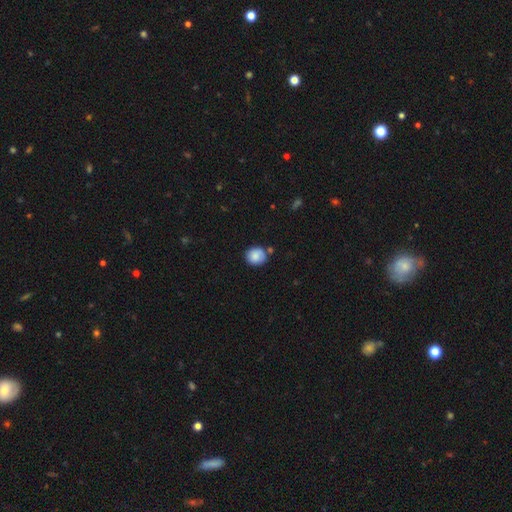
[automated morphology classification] A smooth galaxy with no disk features (84%) that is round (79%). Merging: none (72%).